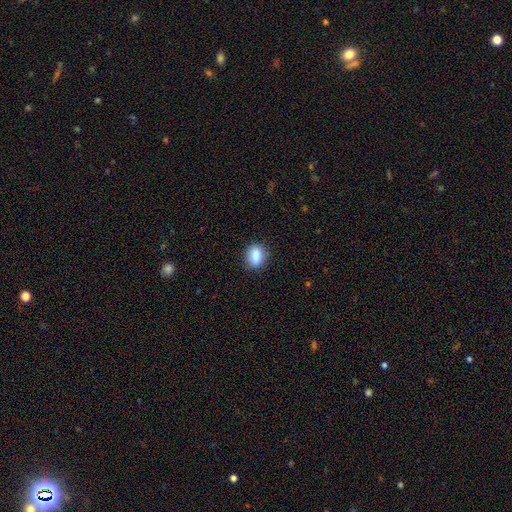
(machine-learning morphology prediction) This appears to be a smooth galaxy with no disk features (86%) that is in between round and cigar-shaped (71%). Merging: none (83%).